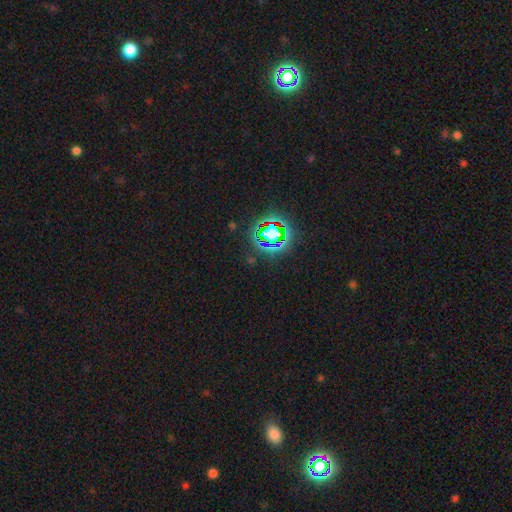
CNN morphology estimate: This is clearly a star or artifact rather than a galaxy (81%).